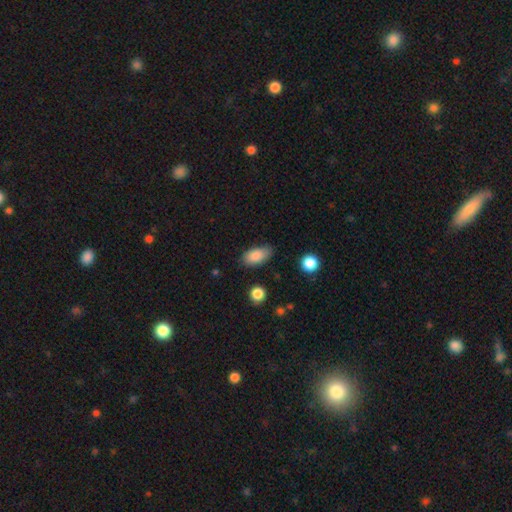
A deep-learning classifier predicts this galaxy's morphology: A smooth galaxy with no disk features (86%) that is in between round and cigar-shaped (91%).

Vote fractions:
- Smooth or featured? smooth: 86% / star or artifact: 8% / featured or disk: 6%
- How rounded? in between: 91% / cigar-shaped: 5% / round: 4%
- Merging? none: 72% / minor disturbance: 22% / major disturbance: 4% / merger: 2%